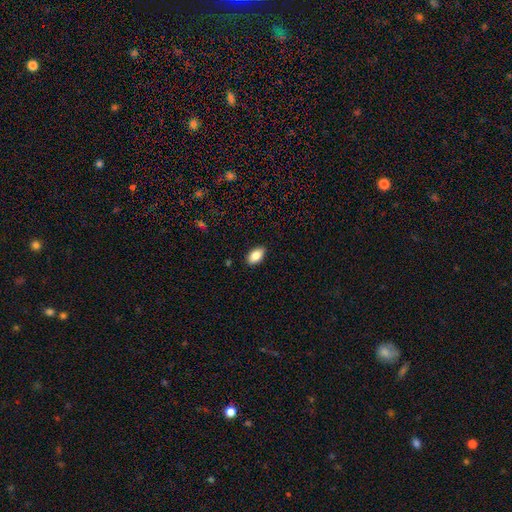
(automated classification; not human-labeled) smooth-or-featured: smooth: 84% | featured or disk: 9% | star or artifact: 7%
  how-rounded: in between: 93% | round: 5% | cigar-shaped: 2%
  merging: none: 88% | minor disturbance: 9% | major disturbance: 2% | merger: 1%